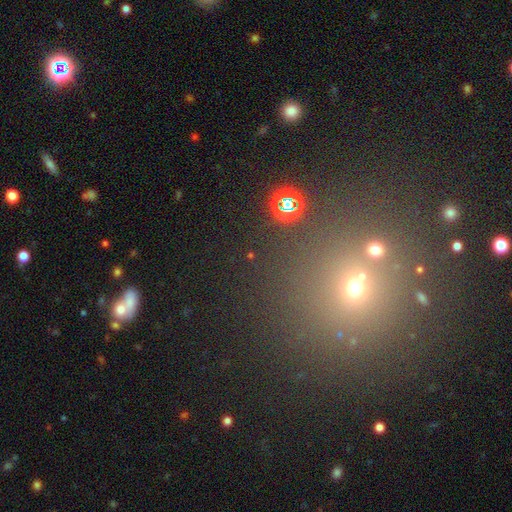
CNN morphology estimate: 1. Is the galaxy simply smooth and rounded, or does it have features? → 49% star or artifact, 41% smooth, 10% featured or disk.